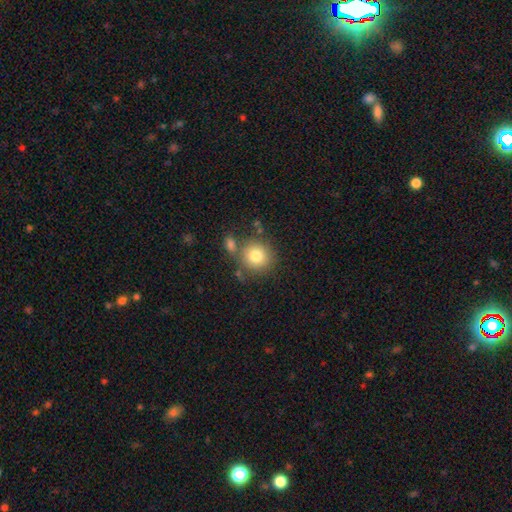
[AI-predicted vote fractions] Morphology: type=smooth (79%); roundness=round (89%); merging=none (70%).